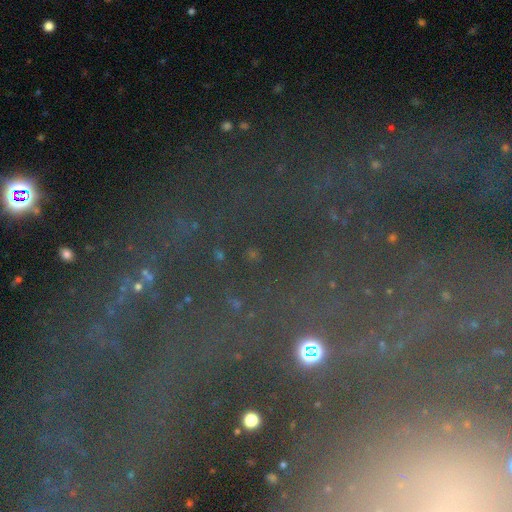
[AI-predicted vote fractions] Overall: star or artifact (68%).